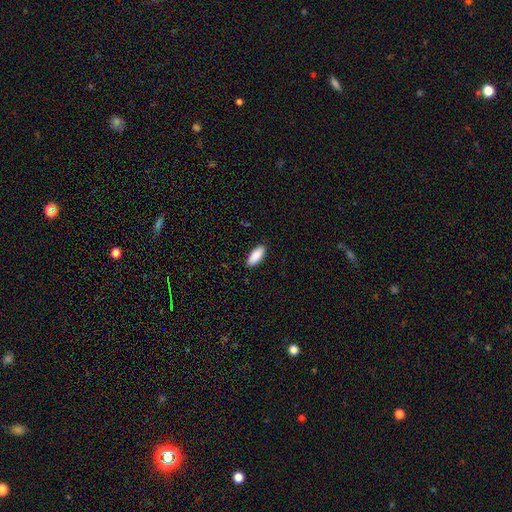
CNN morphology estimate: Q: Smooth or featured?
A: smooth (89%); runner-up: star or artifact (6%)
Q: How rounded?
A: in between (79%); runner-up: cigar-shaped (19%)
Q: Merging?
A: none (90%); runner-up: minor disturbance (8%)